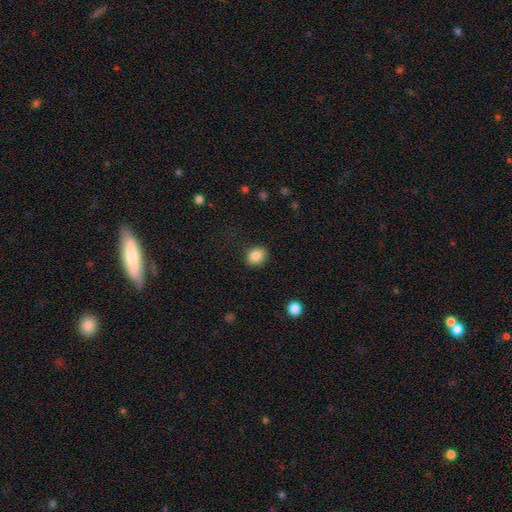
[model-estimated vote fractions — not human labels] smooth 86%, star or artifact 9%, featured or disk 5%. Down the decision tree: how rounded — round (56%); merging — none (86%).